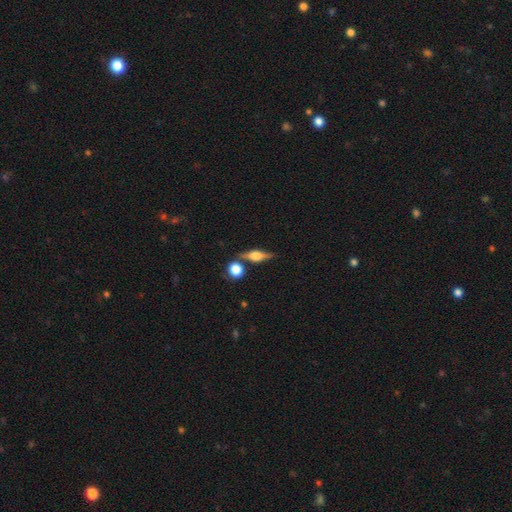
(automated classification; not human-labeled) smooth-or-featured: featured or disk: 69% | smooth: 23% | star or artifact: 8%
  disk-edge-on: yes: 96% | no: 4%
    edge-on-bulge: rounded: 91% | boxy: 7% | none: 2%
  merging: none: 78% | minor disturbance: 10% | merger: 9% | major disturbance: 3%